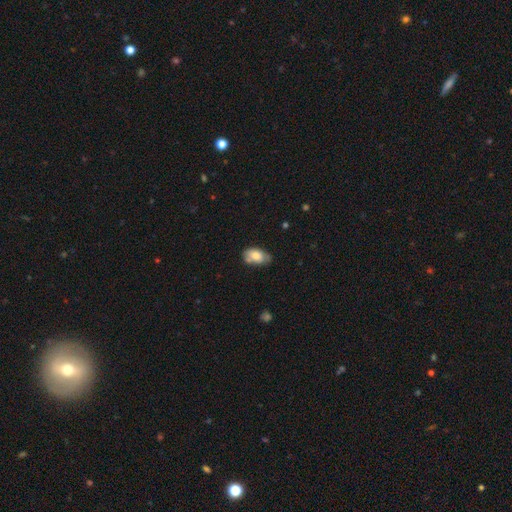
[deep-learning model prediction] This appears to be a smooth galaxy with no disk features (69%) that is in between round and cigar-shaped (92%). Merging: none (56%).